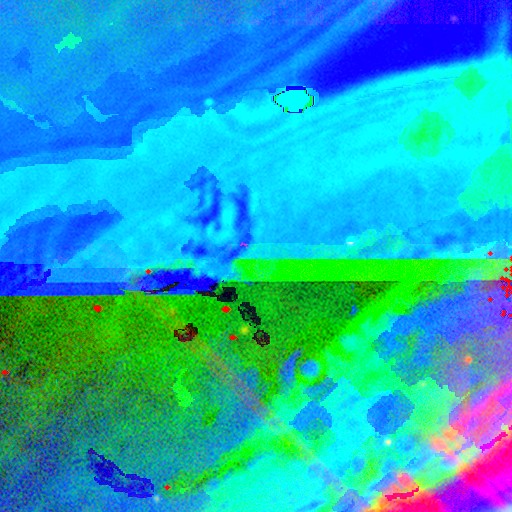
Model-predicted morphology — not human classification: A star or artifact, not a galaxy (87%).

Vote fractions:
- Smooth or featured? star or artifact: 87% / featured or disk: 7% / smooth: 6%